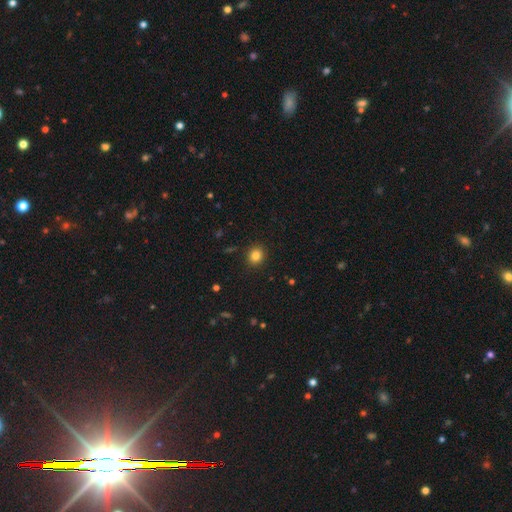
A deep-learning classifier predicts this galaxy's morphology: The model was most divided on "how rounded": round: 83%, in between: 16%, cigar-shaped: 1%. More confident: merging — none (90%); smooth or featured — smooth (83%).